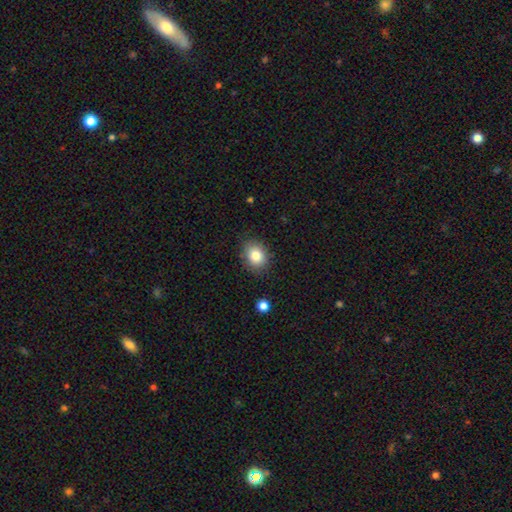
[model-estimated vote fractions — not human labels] Overall: smooth (82%). How rounded: in between (51%; round 48%). Merging: none (83%).